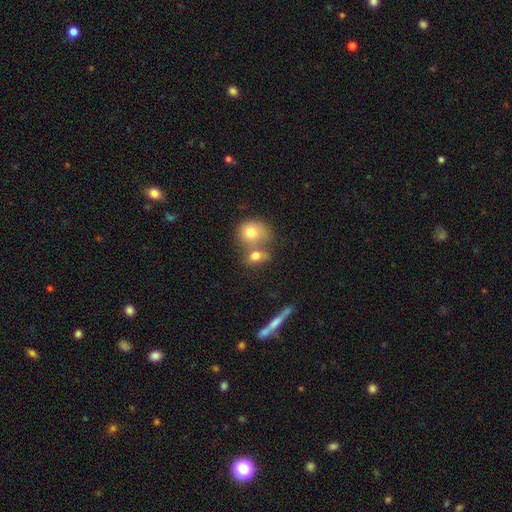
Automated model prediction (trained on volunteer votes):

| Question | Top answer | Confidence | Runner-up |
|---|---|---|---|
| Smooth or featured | smooth | 75% | featured or disk (15%) |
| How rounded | in between | 53% | round (43%) |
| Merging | merger | 47% | none (38%) |